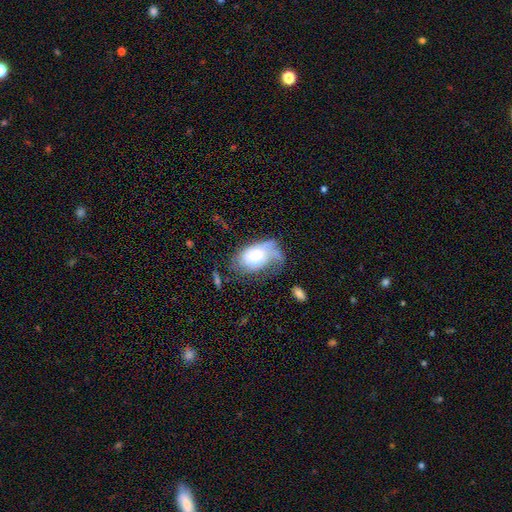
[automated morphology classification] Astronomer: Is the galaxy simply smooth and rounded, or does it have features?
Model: featured or disk — 50% (runner-up: smooth, 42%).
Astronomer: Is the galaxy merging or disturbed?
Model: major disturbance — 34% (runner-up: none, 32%).